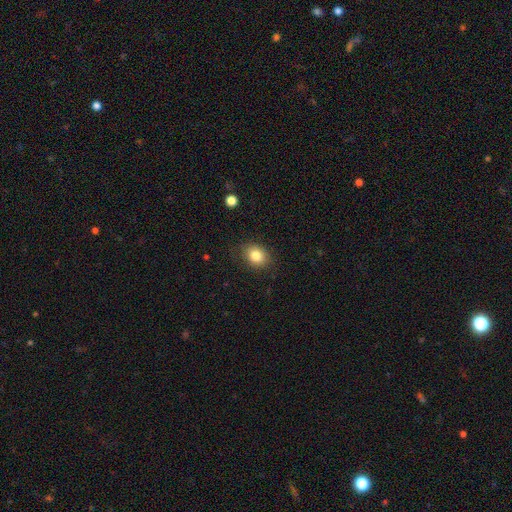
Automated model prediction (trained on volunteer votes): smooth_or_featured: smooth (p=0.82) [alt: star or artifact p=0.10]
how_rounded: in between (p=0.51) [alt: round p=0.48]
merging: none (p=0.84) [alt: minor disturbance p=0.12]